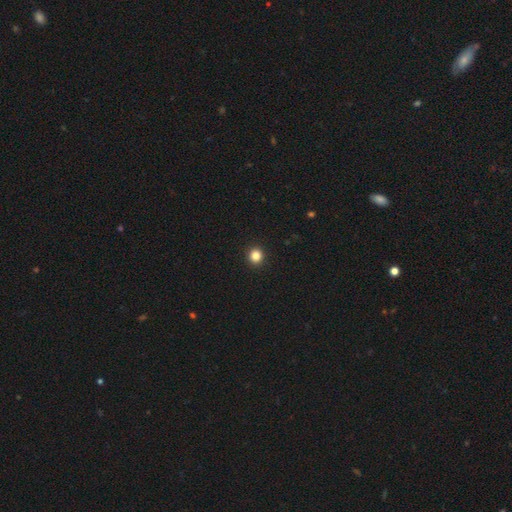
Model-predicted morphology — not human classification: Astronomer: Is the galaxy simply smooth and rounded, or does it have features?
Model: smooth — 84%.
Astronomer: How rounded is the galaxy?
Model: round — 92%.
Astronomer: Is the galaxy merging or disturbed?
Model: none — 94%.